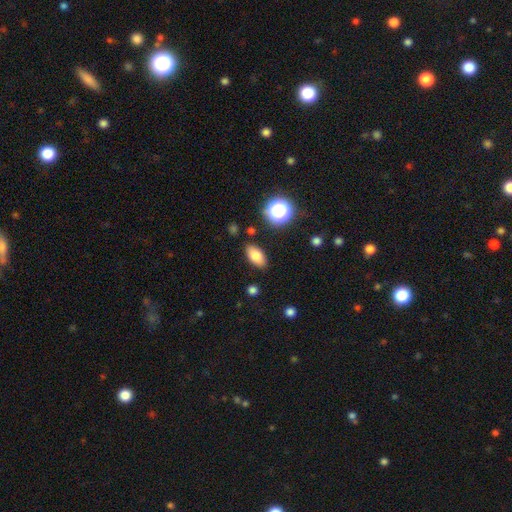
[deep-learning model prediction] smooth 81%, star or artifact 10%, featured or disk 9%. Down the decision tree: how rounded — in between (89%); merging — none (86%).